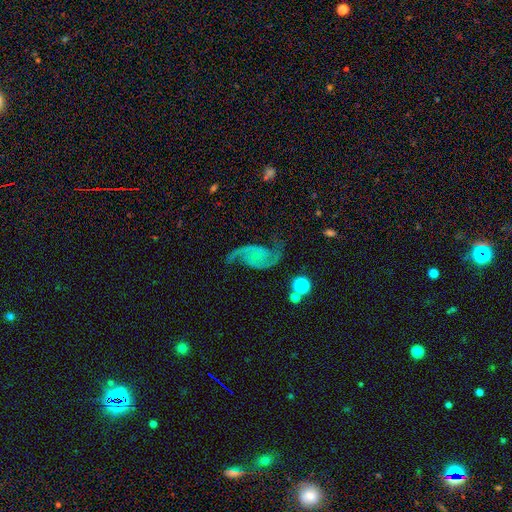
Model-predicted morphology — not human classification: Q: Smooth or featured?
A: featured or disk (88%); runner-up: star or artifact (7%)
Q: Edge-on disk?
A: no (98%); runner-up: yes (2%)
Q: Bar?
A: no (65%); runner-up: weak (27%)
Q: Spiral arms?
A: yes (97%); runner-up: no (3%)
Q: Spiral winding?
A: loose (51%); runner-up: medium (39%)
Q: Spiral arm count?
A: 2 (93%); runner-up: can't tell (2%)
Q: Bulge size?
A: none (50%); runner-up: small (40%)
Q: Merging?
A: none (72%); runner-up: minor disturbance (16%)